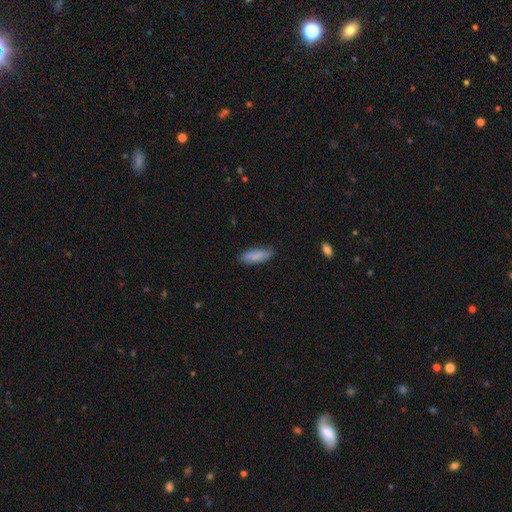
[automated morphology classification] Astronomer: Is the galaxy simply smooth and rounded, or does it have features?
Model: smooth — 82%.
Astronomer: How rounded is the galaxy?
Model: in between — 65%.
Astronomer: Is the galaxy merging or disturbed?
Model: none — 74%.